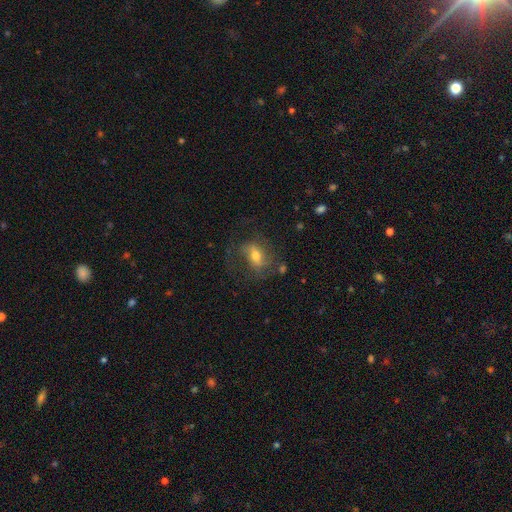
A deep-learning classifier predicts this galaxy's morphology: A smooth galaxy with no disk features (46%). Merging: none (50%).